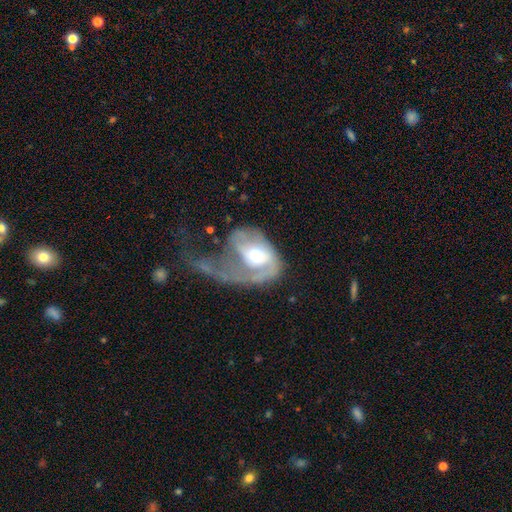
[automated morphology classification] Smooth or featured? Predicted: featured or disk (p=0.67). Edge-on disk? Predicted: no (p=0.96). Bar? Predicted: no (p=0.66). Spiral arms? Predicted: yes (p=0.67). Bulge size? Predicted: moderate (p=0.71). Merging? Predicted: major disturbance (p=0.67).